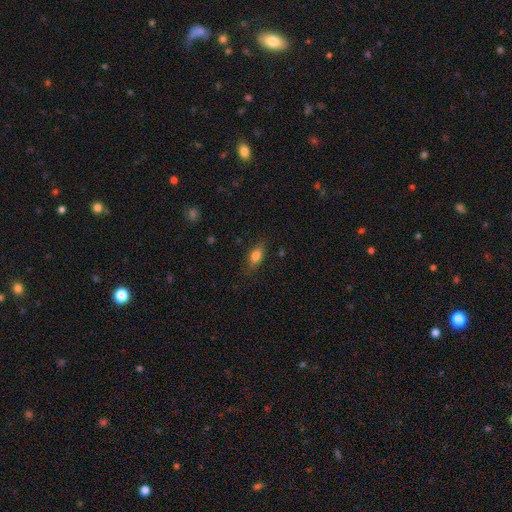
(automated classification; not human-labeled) The model was most divided on "smooth or featured": smooth: 78%, featured or disk: 13%, star or artifact: 9%. More confident: merging — none (81%); how rounded — in between (80%).